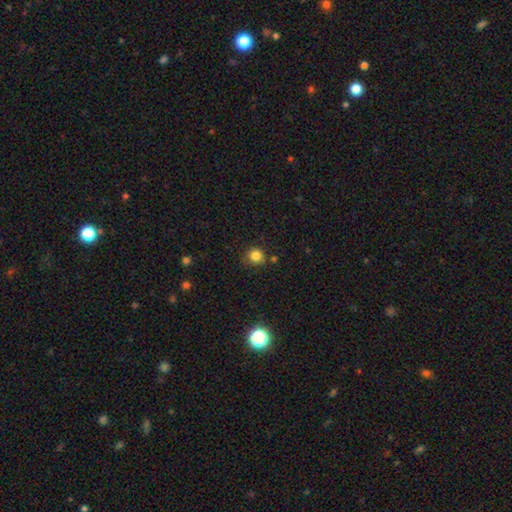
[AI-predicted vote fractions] Smooth or featured? smooth (82%)
How rounded? round (87%)
Merging? none (76%)